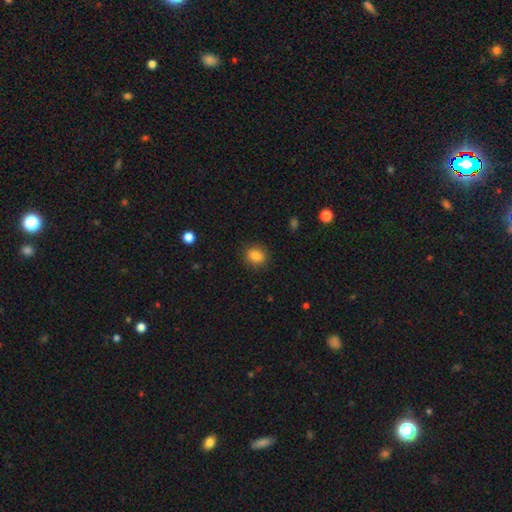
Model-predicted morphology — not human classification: Smooth or featured? smooth (85%)
How rounded? round (63%)
Merging? none (88%)